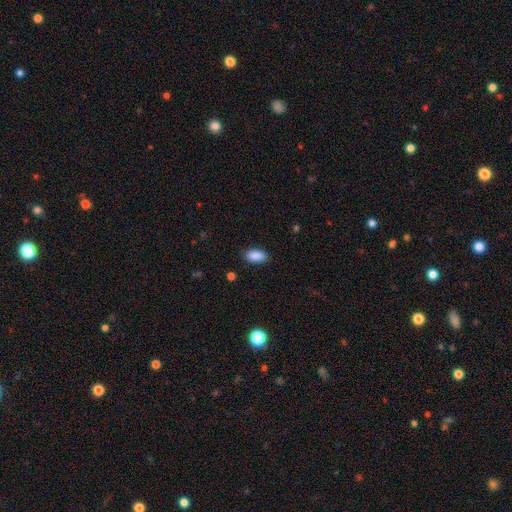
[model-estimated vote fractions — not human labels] Smooth or featured: smooth — 90% (star or artifact — 7%)
How rounded: in between — 92% (cigar-shaped — 6%)
Merging: none — 87% (minor disturbance — 9%)